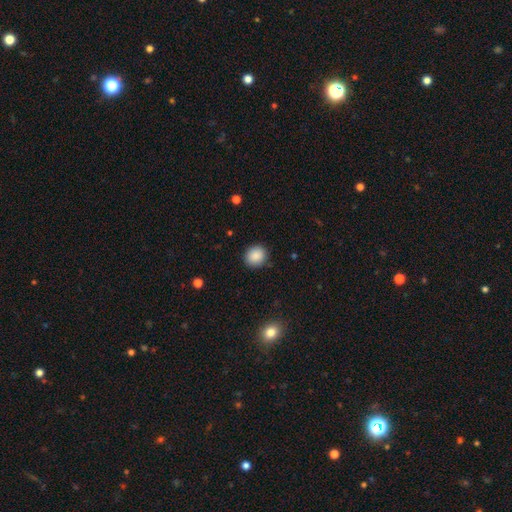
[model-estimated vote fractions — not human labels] This appears to be a smooth galaxy with no disk features (89%) that is round (76%). Merging: none (89%).